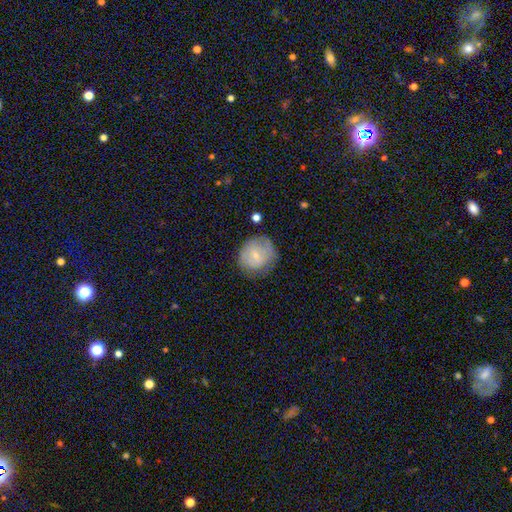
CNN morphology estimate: smooth 57%, featured or disk 35%, star or artifact 8%. Down the decision tree: how rounded — round (85%); merging — none (66%).